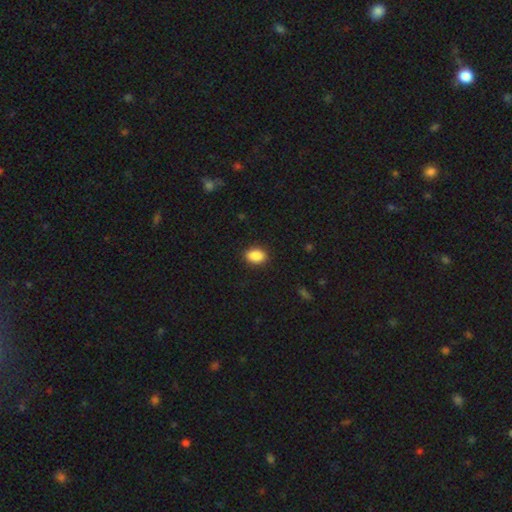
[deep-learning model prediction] This appears to be a smooth galaxy with no disk features (89%) that is in between round and cigar-shaped (84%). Merging: none (88%).